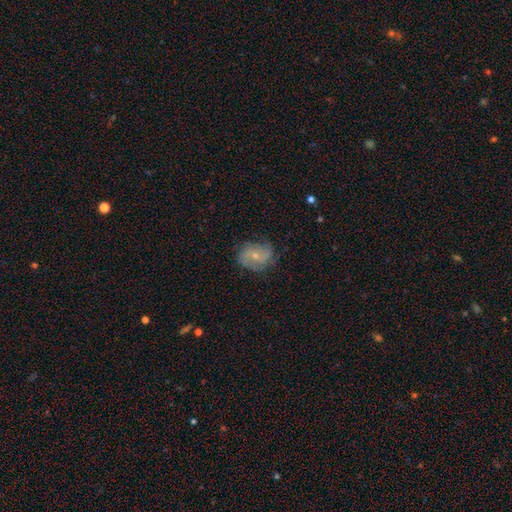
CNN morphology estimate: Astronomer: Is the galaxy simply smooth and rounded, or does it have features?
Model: featured or disk — 64%.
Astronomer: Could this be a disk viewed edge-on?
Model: no — 97%.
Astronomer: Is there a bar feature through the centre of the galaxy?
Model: no — 58% (runner-up: weak, 35%).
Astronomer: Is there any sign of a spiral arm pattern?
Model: yes — 89%.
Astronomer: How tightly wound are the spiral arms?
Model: medium — 44% (runner-up: loose, 31%).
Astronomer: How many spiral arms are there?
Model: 2 — 64%.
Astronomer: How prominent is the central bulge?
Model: small — 64%.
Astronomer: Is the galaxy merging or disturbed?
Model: none — 71%.